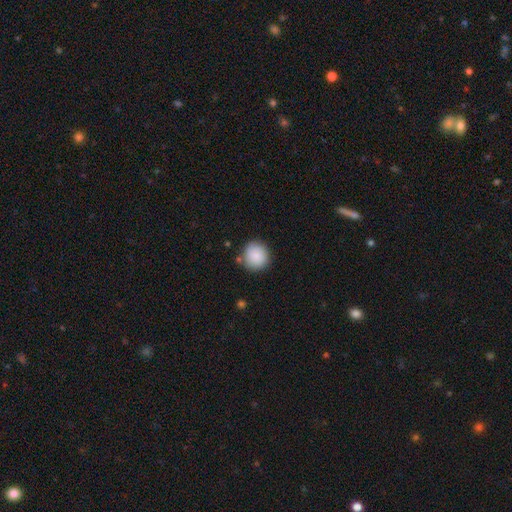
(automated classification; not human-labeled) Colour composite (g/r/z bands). It shows a smooth galaxy with no disk features (86%) that is round (92%). Merging: none (82%).